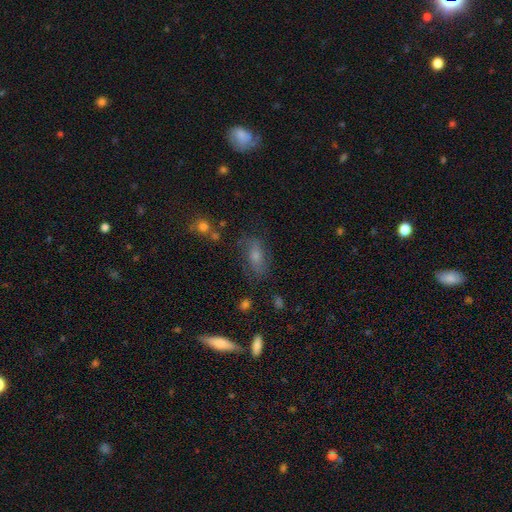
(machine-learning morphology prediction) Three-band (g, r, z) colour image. It shows a smooth galaxy with no disk features (56%) that is in between round and cigar-shaped (80%). Merging: none (65%).